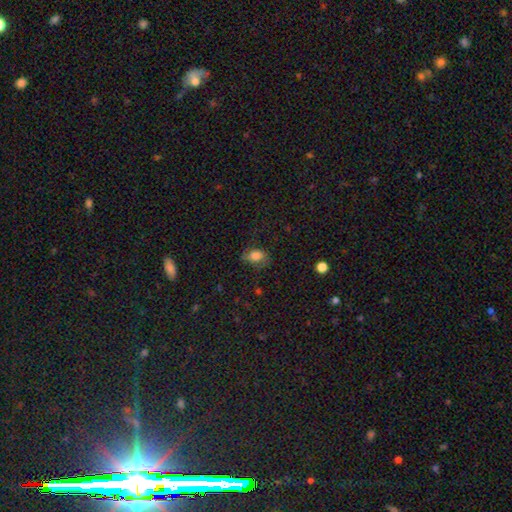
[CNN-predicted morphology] type=smooth (72%); roundness=in between (80%); merging=none (59%).